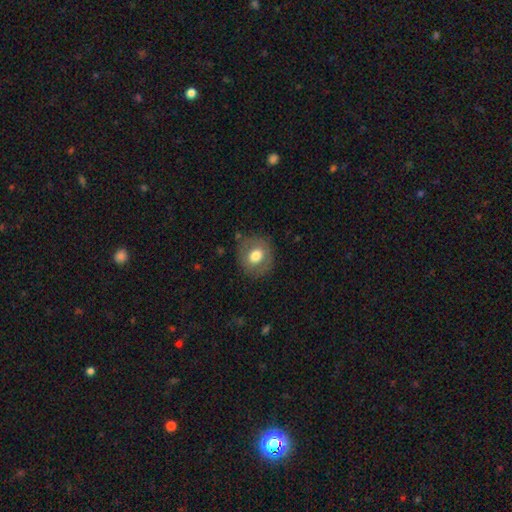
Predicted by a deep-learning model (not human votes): This appears to be a smooth galaxy with no disk features (68%) that is round (75%). Merging: none (80%).